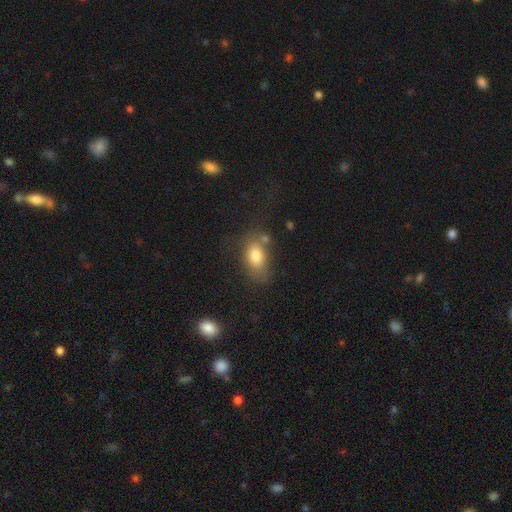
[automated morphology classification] Smooth or featured?
  - smooth: 78% *
  - featured or disk: 13%
  - star or artifact: 9%
How rounded?
  - in between: 86% *
  - round: 11%
  - cigar-shaped: 3%
Merging?
  - none: 55% *
  - minor disturbance: 23%
  - merger: 12%
  - major disturbance: 10%